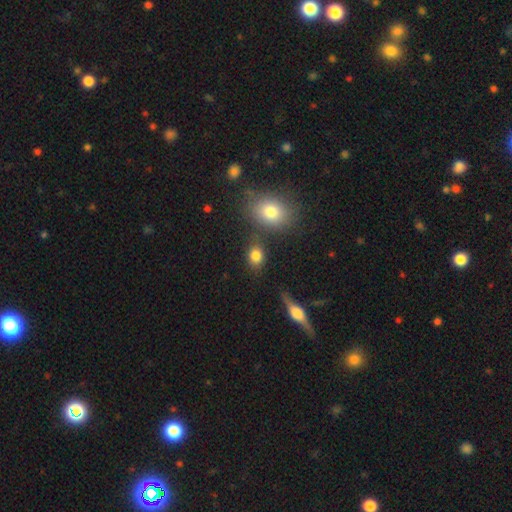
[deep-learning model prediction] This appears to be a smooth galaxy with no disk features (82%) that is in between round and cigar-shaped (55%). Merging: none (73%).